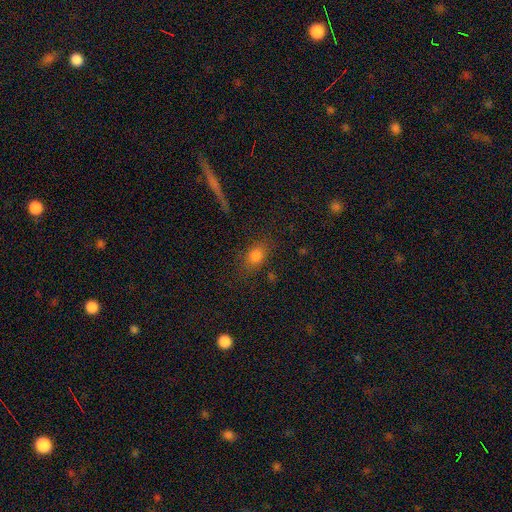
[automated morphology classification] smooth-or-featured: smooth: 77% | star or artifact: 14% | featured or disk: 9%
  how-rounded: in between: 64% | round: 32% | cigar-shaped: 4%
  merging: none: 77% | minor disturbance: 14% | major disturbance: 6% | merger: 3%